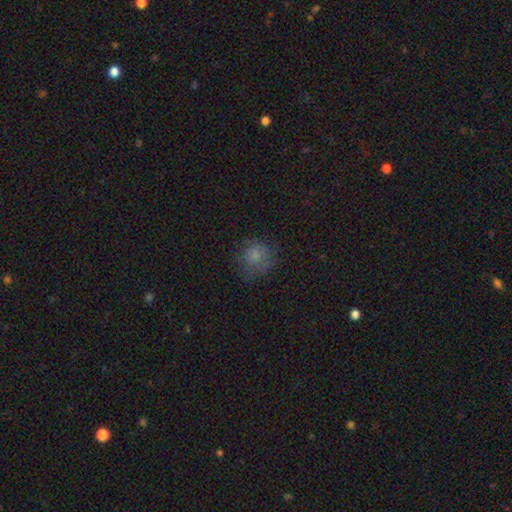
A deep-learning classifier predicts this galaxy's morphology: Smooth or featured: smooth — 72% (star or artifact — 14%)
How rounded: round — 81% (in between — 18%)
Merging: none — 65% (minor disturbance — 21%)